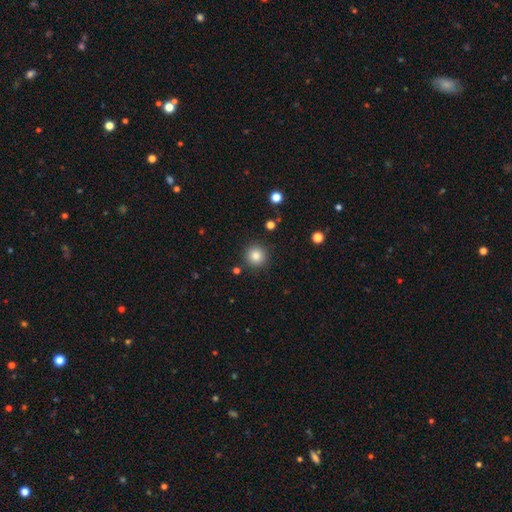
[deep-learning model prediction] Smooth or featured?
  - smooth: 84% *
  - star or artifact: 11%
  - featured or disk: 5%
How rounded?
  - round: 95% *
  - in between: 5%
  - cigar-shaped: 1%
Merging?
  - none: 89% *
  - minor disturbance: 6%
  - major disturbance: 2%
  - merger: 2%